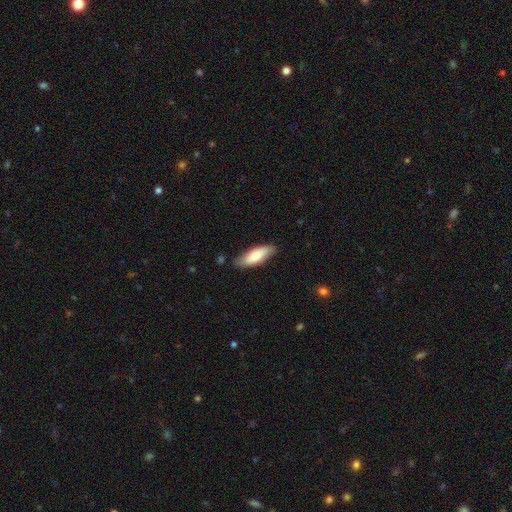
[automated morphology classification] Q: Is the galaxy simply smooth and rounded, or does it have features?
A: smooth — 74%.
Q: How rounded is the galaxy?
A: in between — 61%.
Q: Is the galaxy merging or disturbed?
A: none — 80%.